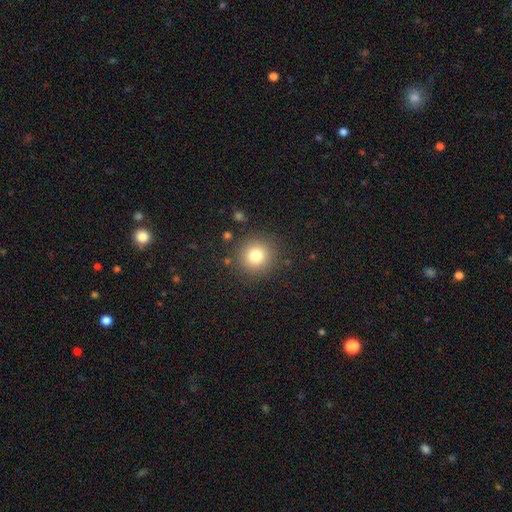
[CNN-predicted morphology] smooth_or_featured: smooth (p=0.79) [alt: star or artifact p=0.13]
how_rounded: round (p=0.93) [alt: in between p=0.06]
merging: none (p=0.87) [alt: minor disturbance p=0.08]